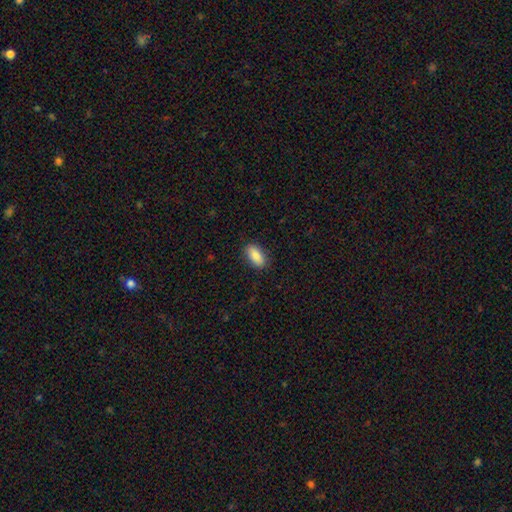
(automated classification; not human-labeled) This appears to be a smooth galaxy with no disk features (88%) that is in between round and cigar-shaped (89%). Merging: none (88%).